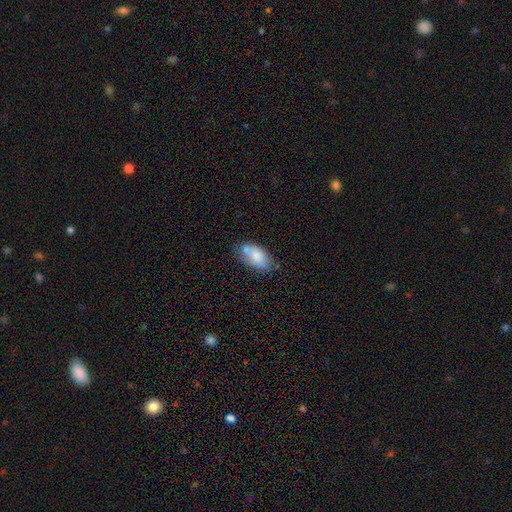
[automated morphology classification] A smooth galaxy with no disk features (76%) that is in between round and cigar-shaped (93%). Merging: none (56%).